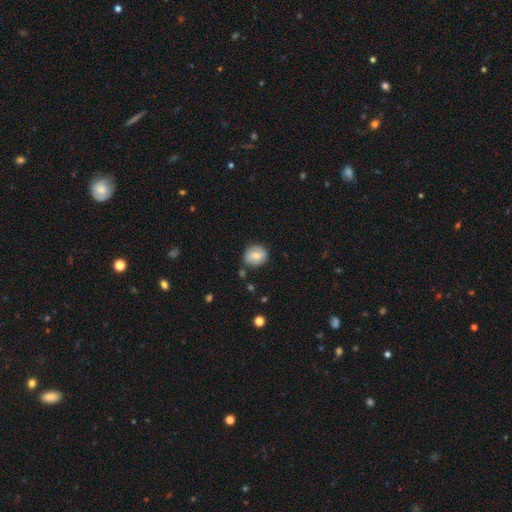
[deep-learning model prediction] Overall: smooth (66%; featured or disk 27%). How rounded: round (68%; in between 31%). Merging: none (78%).